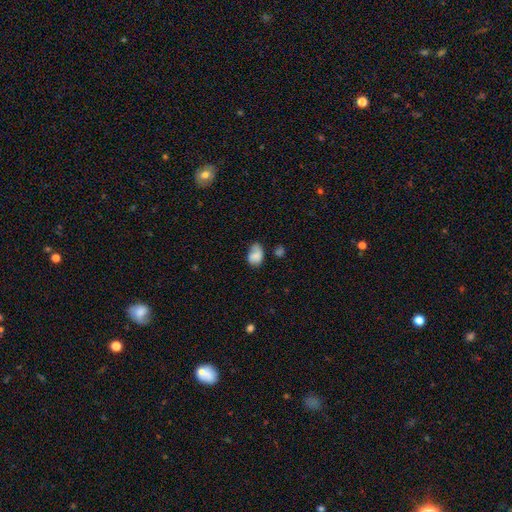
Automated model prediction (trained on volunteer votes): smooth 73%, featured or disk 18%, star or artifact 10%. Down the decision tree: how rounded — in between (76%); merging — none (42%).